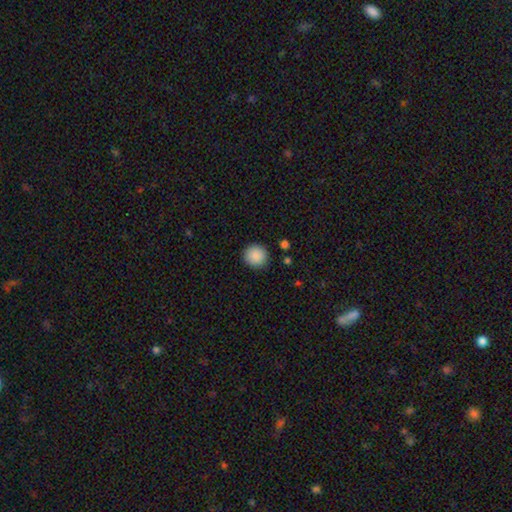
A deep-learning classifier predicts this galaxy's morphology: type=smooth (89%); roundness=round (95%); merging=none (91%).